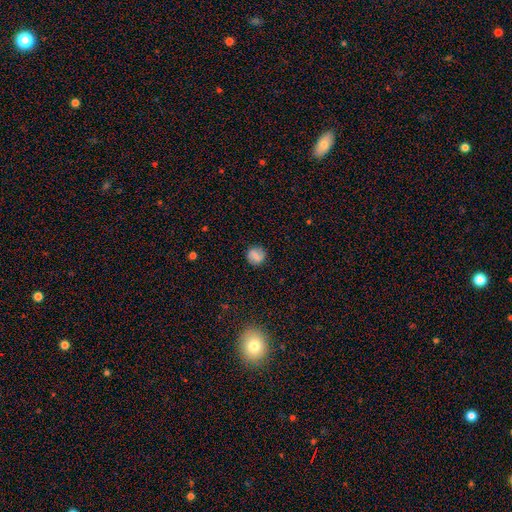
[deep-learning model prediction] Overall: smooth (70%). How rounded: round (87%). Merging: none (87%).